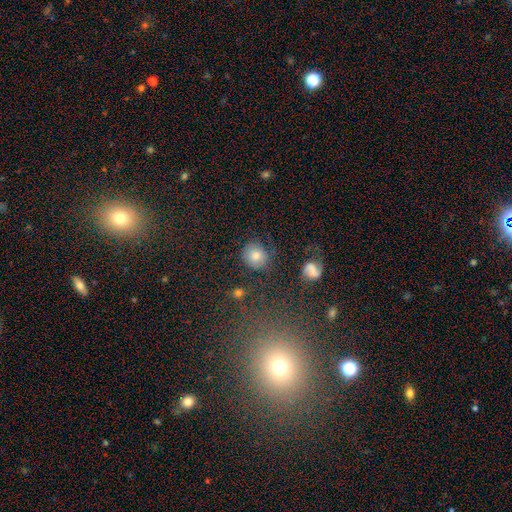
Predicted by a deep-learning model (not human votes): smooth 75%, featured or disk 13%, star or artifact 12%. Down the decision tree: how rounded — round (82%); merging — none (76%).